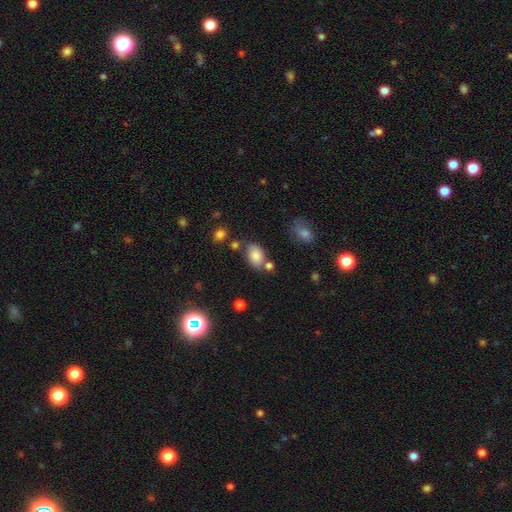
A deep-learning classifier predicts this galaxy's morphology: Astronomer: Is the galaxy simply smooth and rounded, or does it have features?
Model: smooth — 82%.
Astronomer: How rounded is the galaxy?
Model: in between — 84%.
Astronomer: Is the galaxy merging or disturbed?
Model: none — 65%.